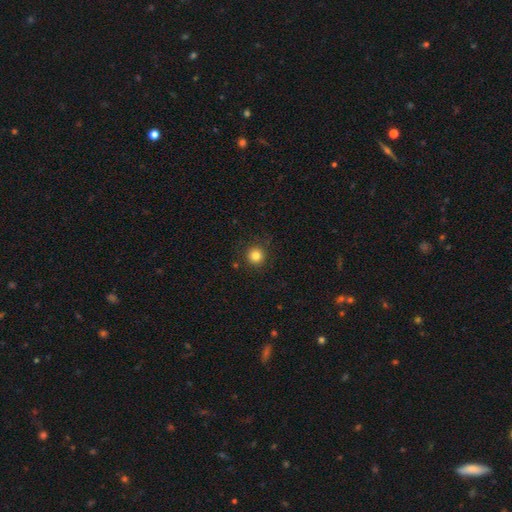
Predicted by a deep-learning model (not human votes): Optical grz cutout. It shows a smooth galaxy with no disk features (82%) that is round (95%). Merging: none (90%).